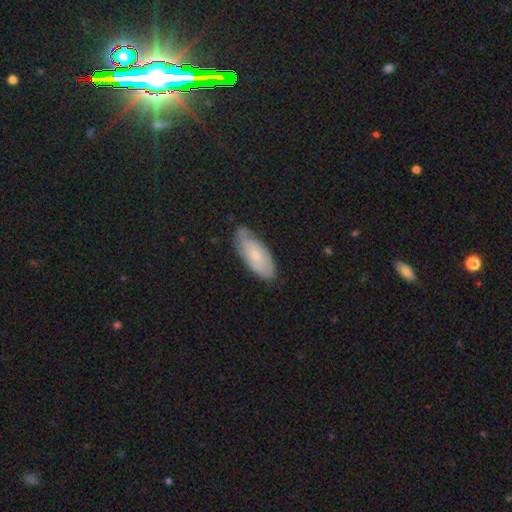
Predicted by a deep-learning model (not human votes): This appears to be a smooth galaxy with no disk features (59%) that is in between round and cigar-shaped (81%). Merging: none (70%).